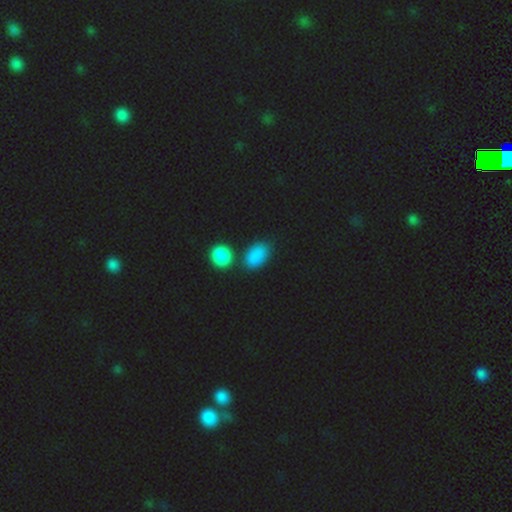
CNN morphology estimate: A smooth galaxy with no disk features (84%) that is in between round and cigar-shaped (86%).

Vote fractions:
- Smooth or featured? smooth: 84% / star or artifact: 12% / featured or disk: 4%
- How rounded? in between: 86% / round: 12% / cigar-shaped: 2%
- Merging? none: 71% / merger: 13% / minor disturbance: 12% / major disturbance: 4%